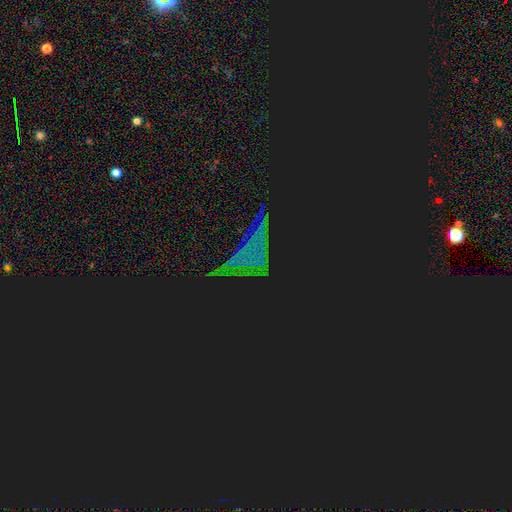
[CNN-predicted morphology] Smooth or featured? Predicted: star or artifact (p=0.77).